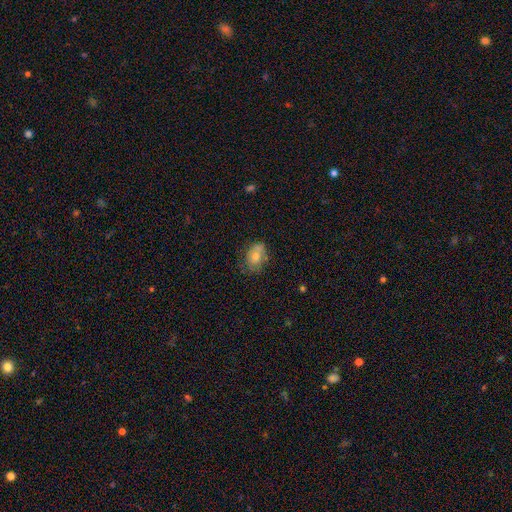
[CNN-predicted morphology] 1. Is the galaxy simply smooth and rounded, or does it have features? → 68% smooth, 23% featured or disk, 9% star or artifact.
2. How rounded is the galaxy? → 72% in between, 27% round, 1% cigar-shaped.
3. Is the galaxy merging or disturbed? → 56% none, 27% minor disturbance, 10% major disturbance, 7% merger.